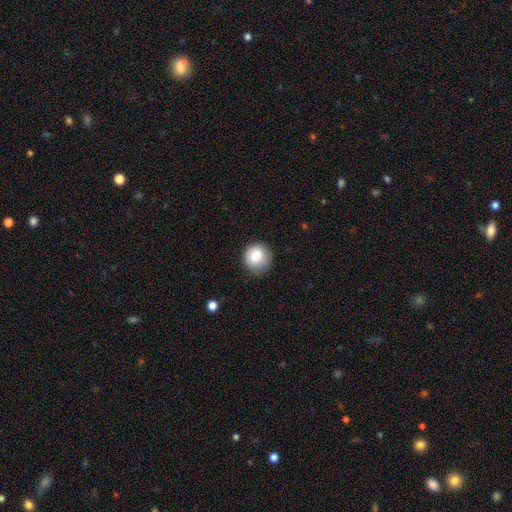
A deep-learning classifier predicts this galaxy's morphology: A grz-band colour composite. It shows a smooth galaxy with no disk features (81%) that is round (89%). Merging: none (75%).